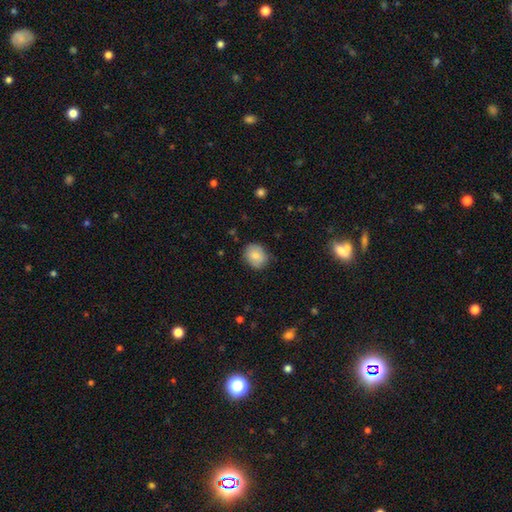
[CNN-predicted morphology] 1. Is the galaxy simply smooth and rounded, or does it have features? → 81% smooth, 11% featured or disk, 8% star or artifact.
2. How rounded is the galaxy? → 61% round, 38% in between, 1% cigar-shaped.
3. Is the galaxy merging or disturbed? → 76% none, 19% minor disturbance, 4% major disturbance, 1% merger.